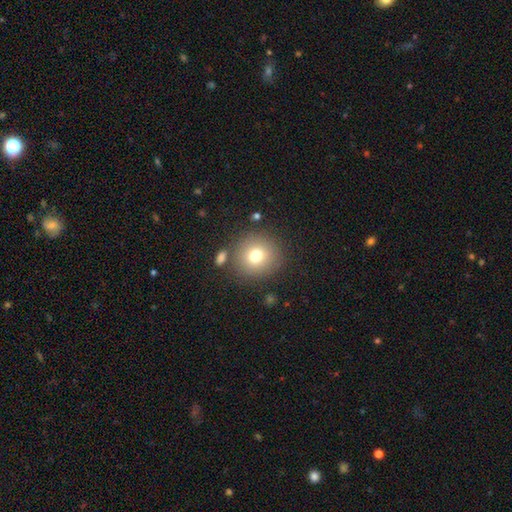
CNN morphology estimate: Smooth or featured: smooth — 76% (featured or disk — 12%)
How rounded: round — 92% (in between — 7%)
Merging: none — 82% (minor disturbance — 9%)